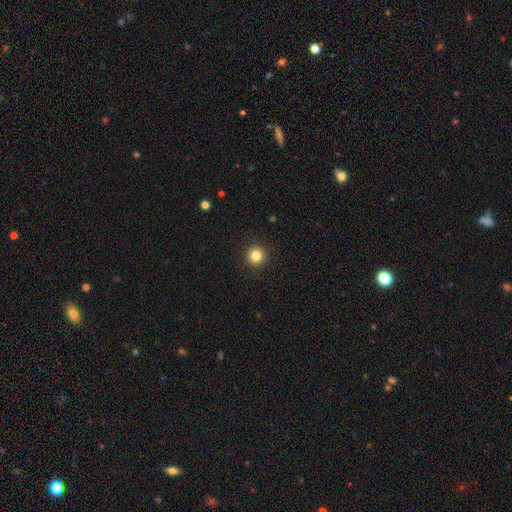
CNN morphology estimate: This appears to be a smooth galaxy with no disk features (83%) that is round (94%). Merging: none (93%).